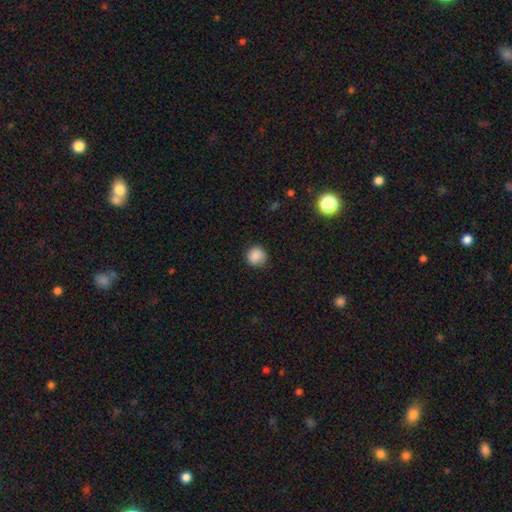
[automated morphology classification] Smooth or featured? Predicted: smooth (p=0.87). How rounded? Predicted: round (p=0.91). Merging? Predicted: none (p=0.81).